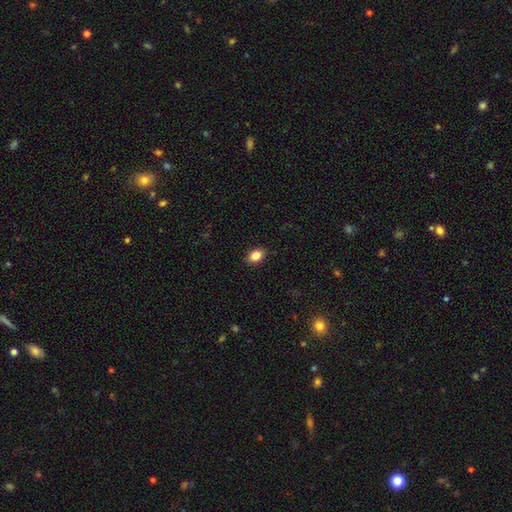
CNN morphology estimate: Overall: smooth (85%). How rounded: in between (71%). Merging: none (88%).